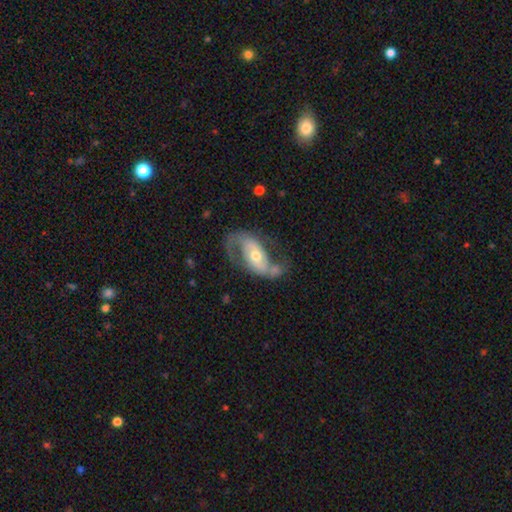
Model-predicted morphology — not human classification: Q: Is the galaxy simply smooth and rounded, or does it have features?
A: featured or disk — 81%.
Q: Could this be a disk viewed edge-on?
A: no — 95%.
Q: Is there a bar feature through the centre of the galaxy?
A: no — 40%.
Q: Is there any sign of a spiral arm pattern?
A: yes — 87%.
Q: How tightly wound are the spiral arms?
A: loose — 44%.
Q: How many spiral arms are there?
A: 2 — 83%.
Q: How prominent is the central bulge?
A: moderate — 62%.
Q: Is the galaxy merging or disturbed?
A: none — 52%.